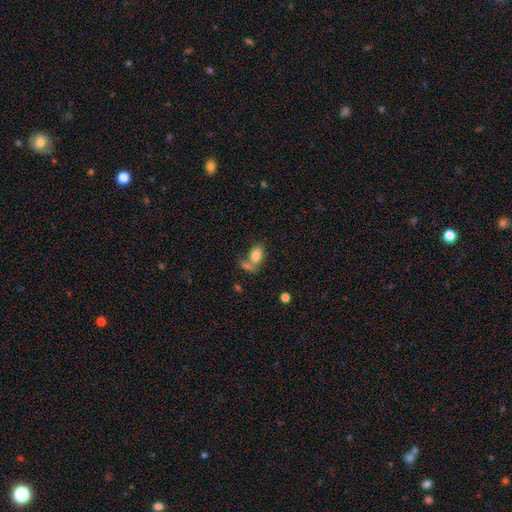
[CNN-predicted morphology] This is likely a smooth galaxy (80%). How rounded: clearly in between (88%). Merging: marginally none (41%).